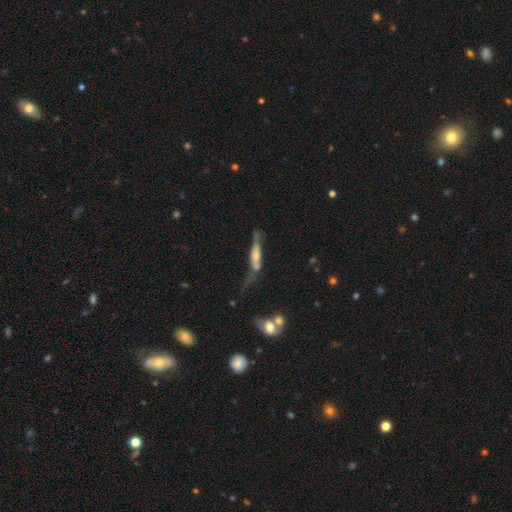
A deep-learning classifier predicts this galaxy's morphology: smooth_or_featured: featured or disk (p=0.58) [alt: smooth p=0.34]
disk_edge_on: yes (p=0.78) [alt: no p=0.22]
merging: none (p=0.40) [alt: minor disturbance p=0.25]